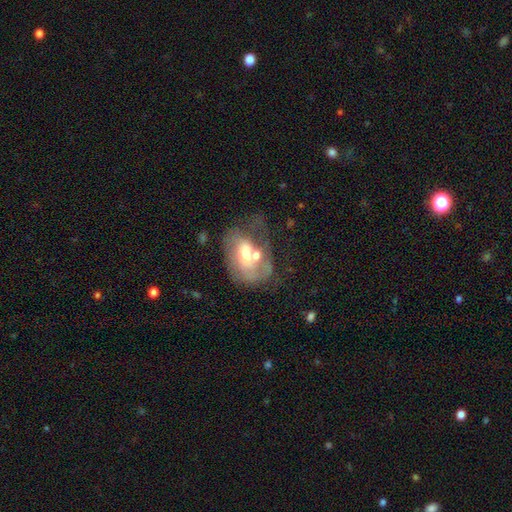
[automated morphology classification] Smooth or featured?
  - featured or disk: 55% *
  - smooth: 37%
  - star or artifact: 8%
Edge-on disk?
  - no: 95% *
  - yes: 5%
Bar?
  - no: 69% *
  - weak: 24%
  - strong: 7%
Spiral arms?
  - no: 56% *
  - yes: 44%
Bulge size?
  - moderate: 63% *
  - small: 22%
  - large: 11%
  - none: 2%
  - dominant: 2%
Merging?
  - merger: 36% *
  - major disturbance: 26%
  - none: 21%
  - minor disturbance: 17%